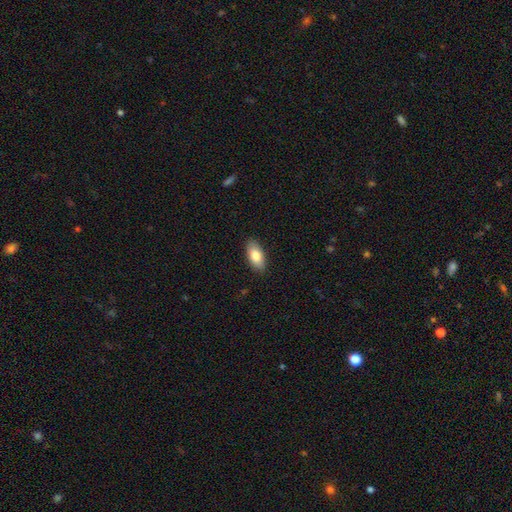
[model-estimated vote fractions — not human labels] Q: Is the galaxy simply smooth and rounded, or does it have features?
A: smooth — 82%.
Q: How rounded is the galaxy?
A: in between — 91%.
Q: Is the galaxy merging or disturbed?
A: none — 88%.